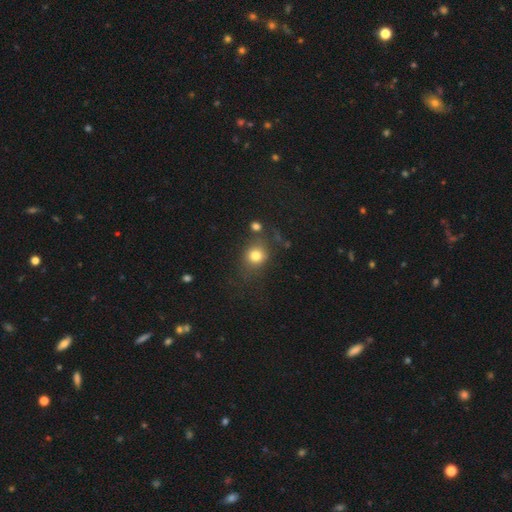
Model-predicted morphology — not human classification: Smooth or featured: smooth — 79% (star or artifact — 13%)
How rounded: round — 74% (in between — 24%)
Merging: none — 69% (minor disturbance — 16%)